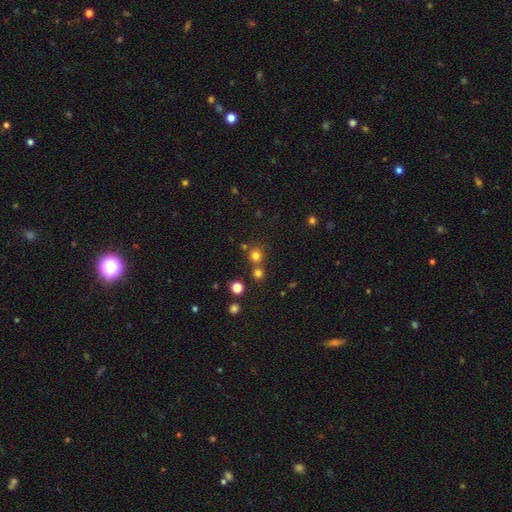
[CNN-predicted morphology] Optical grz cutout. It shows a smooth galaxy with no disk features (74%) that is round (92%). Merging: none (69%).